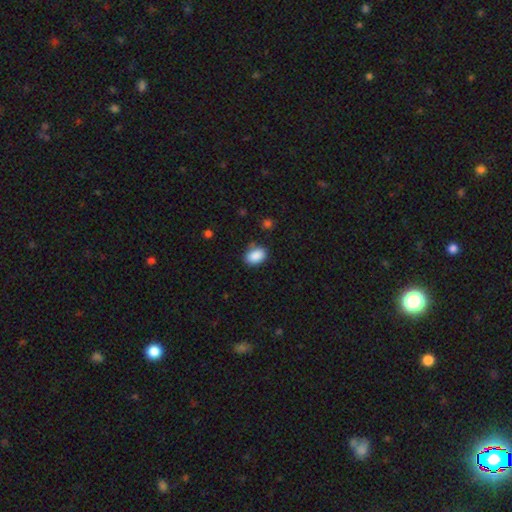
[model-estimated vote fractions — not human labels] A smooth galaxy with no disk features (89%) that is in between round and cigar-shaped (82%). Merging: none (80%).